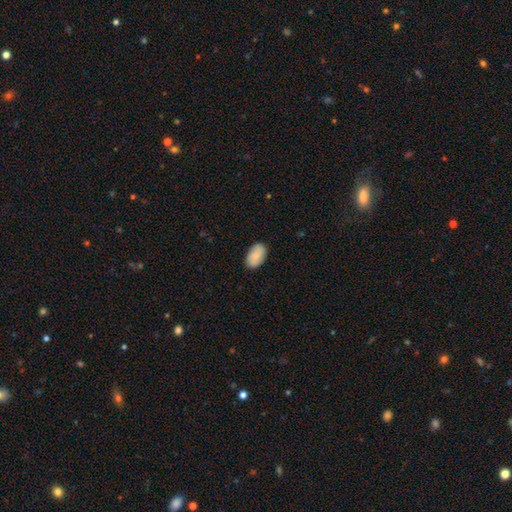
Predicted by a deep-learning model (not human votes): Morphology: type=smooth (83%); roundness=in between (93%); merging=none (85%).